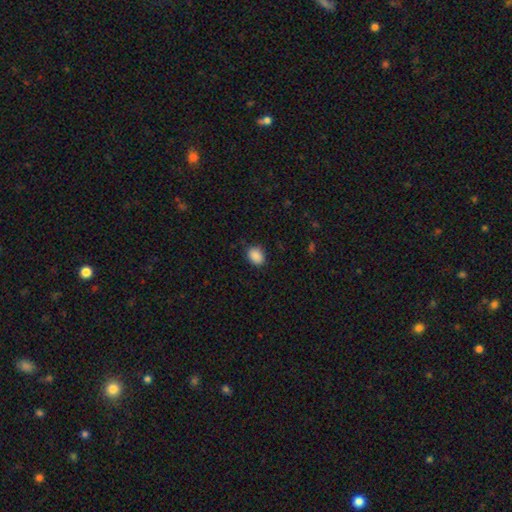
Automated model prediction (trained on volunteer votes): Smooth or featured? smooth (89%)
How rounded? in between (70%)
Merging? none (84%)